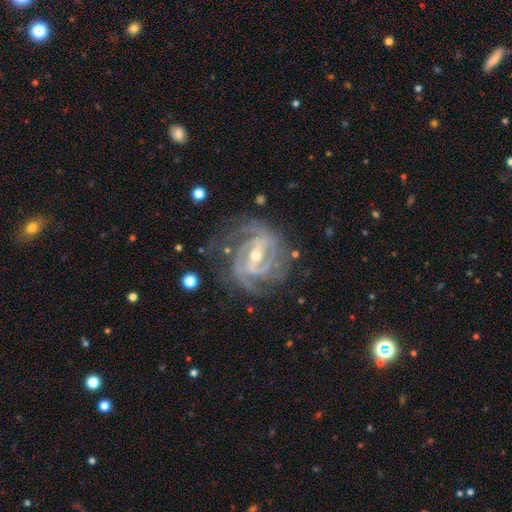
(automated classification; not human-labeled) Smooth or featured: featured or disk — 92% (star or artifact — 5%)
Edge-on disk: no — 97% (yes — 3%)
Bar: strong — 50% (weak — 37%)
Spiral arms: yes — 98% (no — 2%)
Spiral winding: tight — 62% (medium — 33%)
Spiral arm count: 3 — 31% (2 — 30%)
Bulge size: moderate — 49% (small — 48%)
Merging: none — 72% (minor disturbance — 18%)